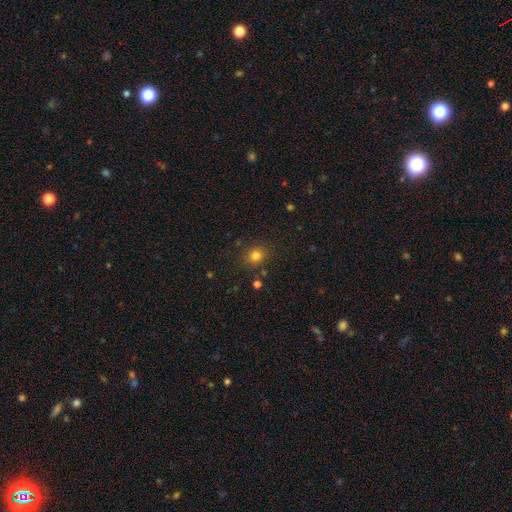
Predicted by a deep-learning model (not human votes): smooth 80%, star or artifact 14%, featured or disk 6%. Down the decision tree: how rounded — round (78%); merging — none (85%).